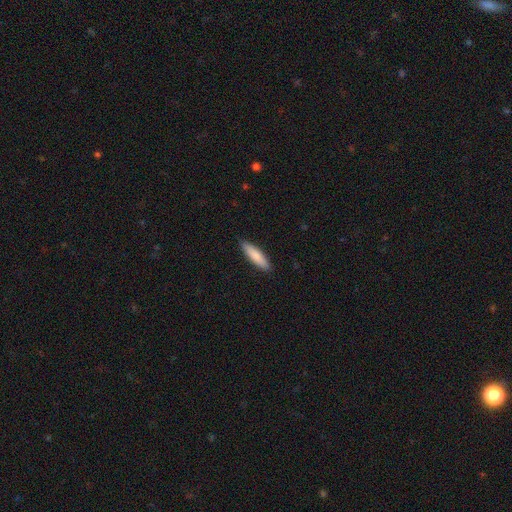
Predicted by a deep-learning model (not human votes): Smooth or featured?
  - smooth: 85% *
  - featured or disk: 10%
  - star or artifact: 5%
How rounded?
  - cigar-shaped: 72% *
  - in between: 27%
  - round: 1%
Merging?
  - none: 90% *
  - minor disturbance: 8%
  - major disturbance: 2%
  - merger: 1%